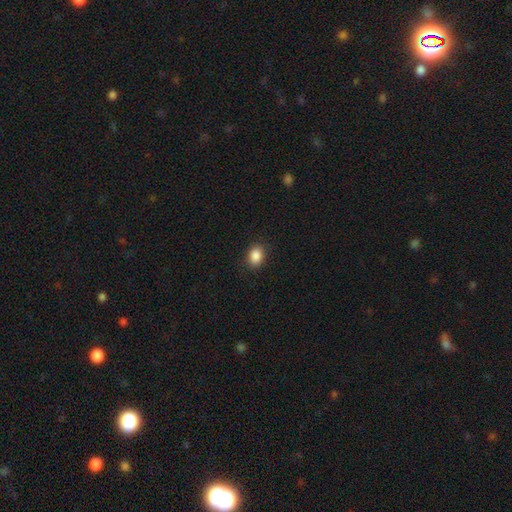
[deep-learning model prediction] This appears to be a smooth galaxy with no disk features (88%) that is in between round and cigar-shaped (62%). Merging: none (88%).